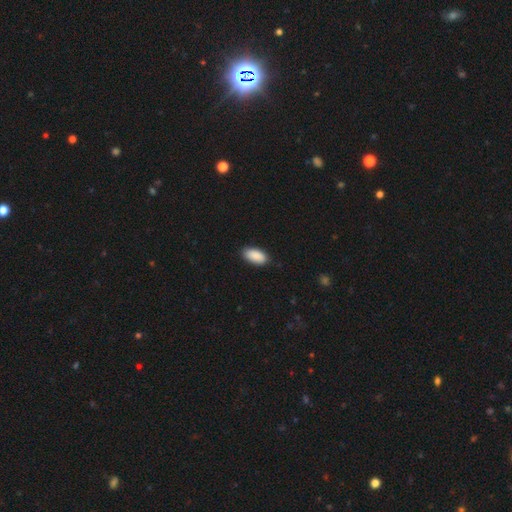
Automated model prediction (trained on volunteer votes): A smooth galaxy with no disk features (90%) that is in between round and cigar-shaped (93%).

Vote fractions:
- Smooth or featured? smooth: 90% / star or artifact: 6% / featured or disk: 4%
- How rounded? in between: 93% / cigar-shaped: 4% / round: 2%
- Merging? none: 86% / minor disturbance: 11% / major disturbance: 2% / merger: 1%